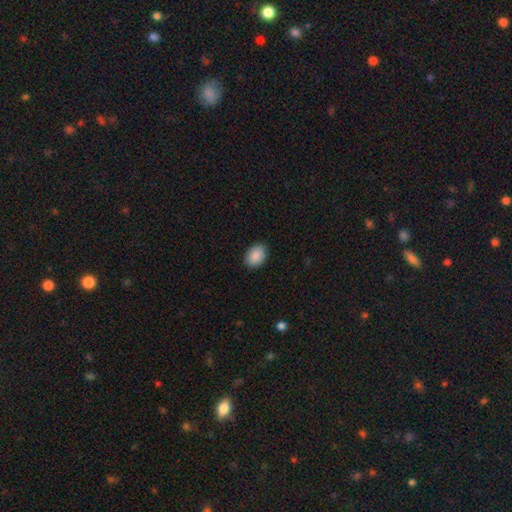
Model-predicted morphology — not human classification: Smooth or featured?
  - smooth: 90% *
  - star or artifact: 7%
  - featured or disk: 3%
How rounded?
  - in between: 81% *
  - round: 18%
  - cigar-shaped: 1%
Merging?
  - none: 88% *
  - minor disturbance: 9%
  - major disturbance: 2%
  - merger: 1%